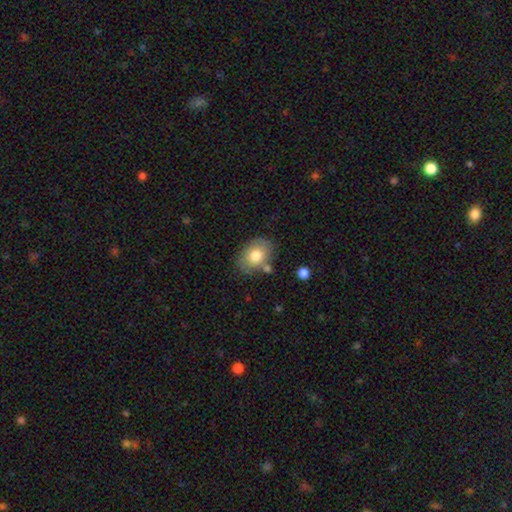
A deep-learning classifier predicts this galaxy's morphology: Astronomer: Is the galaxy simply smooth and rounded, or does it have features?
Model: smooth — 75%.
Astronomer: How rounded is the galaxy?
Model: in between — 71%.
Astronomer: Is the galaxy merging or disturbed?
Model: none — 69%.